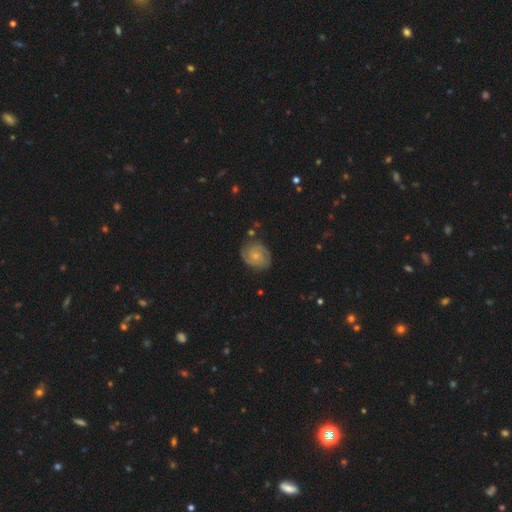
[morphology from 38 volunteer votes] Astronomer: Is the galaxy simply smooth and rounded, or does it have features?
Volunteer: featured or disk — 84%.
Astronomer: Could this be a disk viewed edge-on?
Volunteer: no — 94%.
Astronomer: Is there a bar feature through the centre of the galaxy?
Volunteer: no — 57% (runner-up: weak, 33%).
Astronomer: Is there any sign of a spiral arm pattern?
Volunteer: yes — 100%.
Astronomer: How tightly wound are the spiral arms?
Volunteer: tight — 77%.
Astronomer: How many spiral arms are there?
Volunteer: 2 — 77%.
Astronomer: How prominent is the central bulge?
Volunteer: small — 60% (runner-up: moderate, 37%).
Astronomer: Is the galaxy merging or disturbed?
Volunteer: none — 63%.